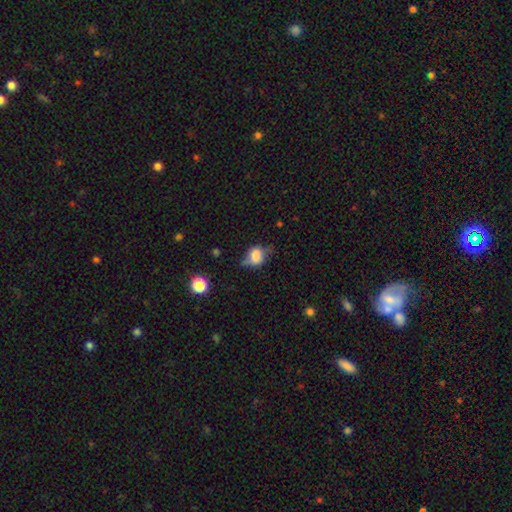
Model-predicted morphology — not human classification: Q: Smooth or featured?
A: smooth (57%); runner-up: featured or disk (32%)
Q: How rounded?
A: in between (59%); runner-up: round (38%)
Q: Merging?
A: none (49%); runner-up: minor disturbance (31%)